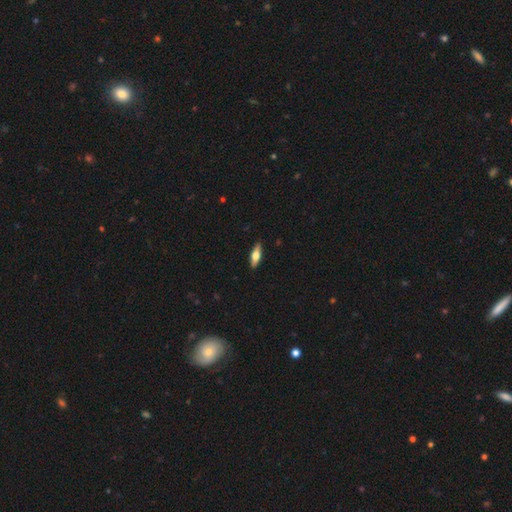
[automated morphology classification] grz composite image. It shows a smooth galaxy with no disk features (50%). Merging: none (90%).